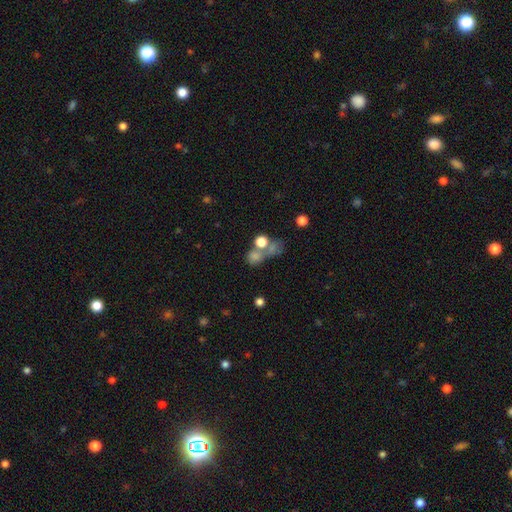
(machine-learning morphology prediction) type=smooth (52%); roundness=round (66%); merging=none (38%).